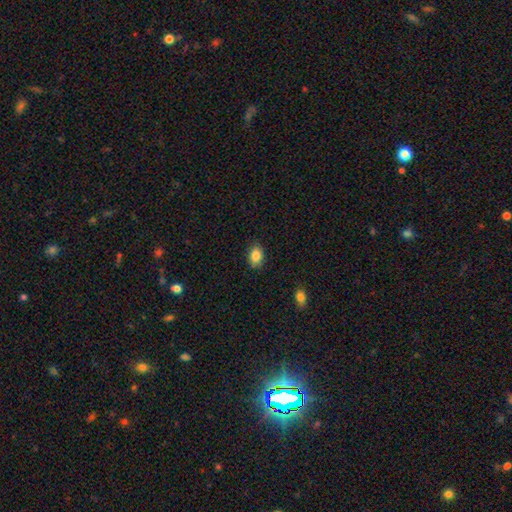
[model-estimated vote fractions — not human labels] Smooth or featured? Predicted: smooth (p=0.86). How rounded? Predicted: in between (p=0.75). Merging? Predicted: none (p=0.87).